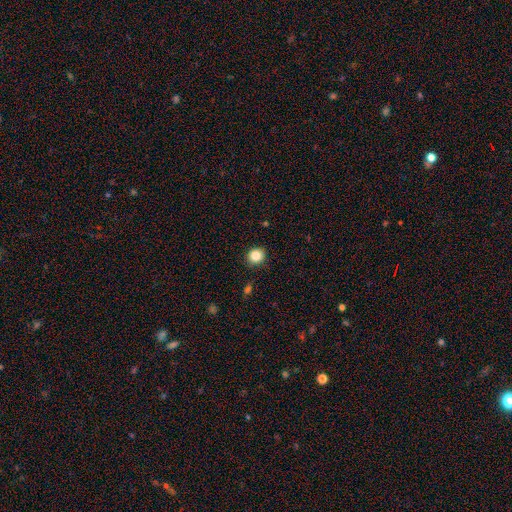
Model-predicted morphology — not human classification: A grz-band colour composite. It shows a smooth galaxy with no disk features (85%) that is round (84%). Merging: none (90%).